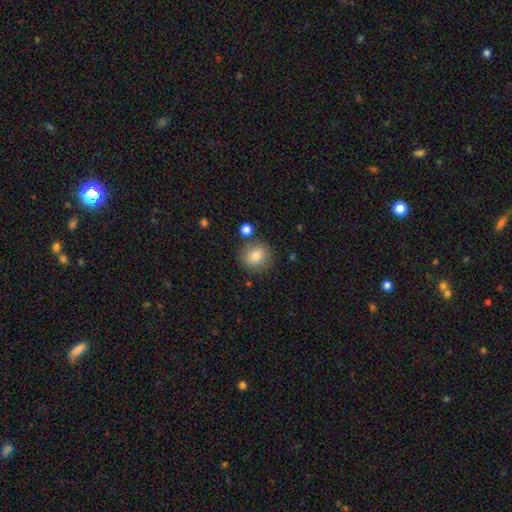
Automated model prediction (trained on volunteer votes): smooth_or_featured: smooth (p=0.80) [alt: featured or disk p=0.10]
how_rounded: round (p=0.87) [alt: in between p=0.13]
merging: none (p=0.81) [alt: minor disturbance p=0.10]